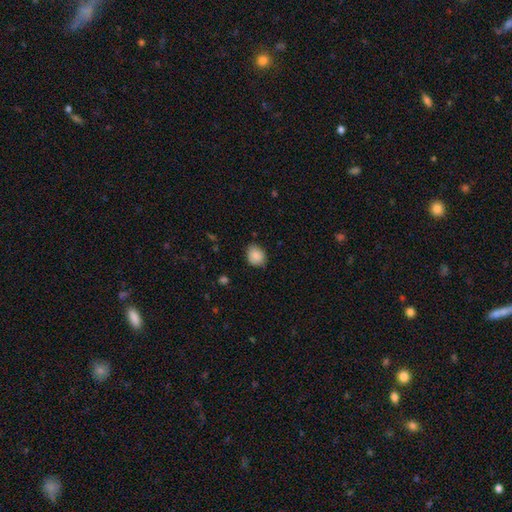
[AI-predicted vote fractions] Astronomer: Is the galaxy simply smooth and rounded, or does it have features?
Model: smooth — 87%.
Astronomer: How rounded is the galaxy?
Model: round — 60% (runner-up: in between, 39%).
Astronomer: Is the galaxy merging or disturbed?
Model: none — 77%.